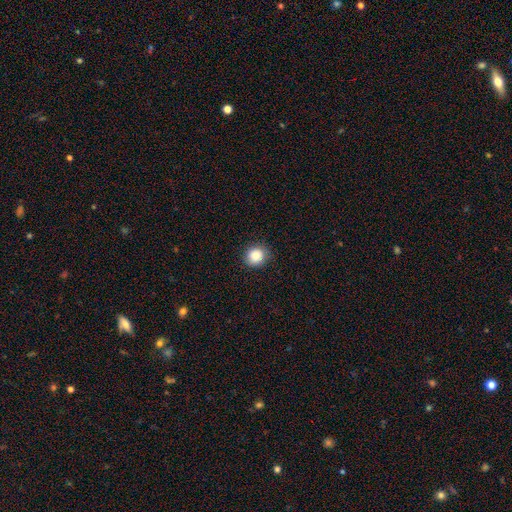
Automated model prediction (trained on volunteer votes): The model was most divided on "how rounded": round: 87%, in between: 12%, cigar-shaped: 1%. More confident: merging — none (87%); smooth or featured — smooth (87%).